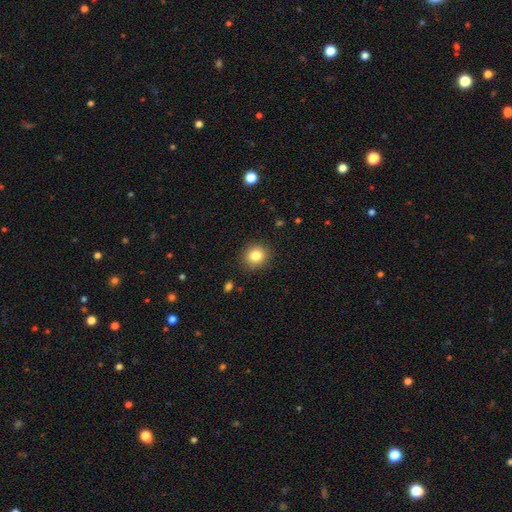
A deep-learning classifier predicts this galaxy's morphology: smooth-or-featured: smooth: 83% | star or artifact: 11% | featured or disk: 7%
  how-rounded: round: 80% | in between: 19% | cigar-shaped: 1%
  merging: none: 88% | minor disturbance: 8% | major disturbance: 2% | merger: 1%